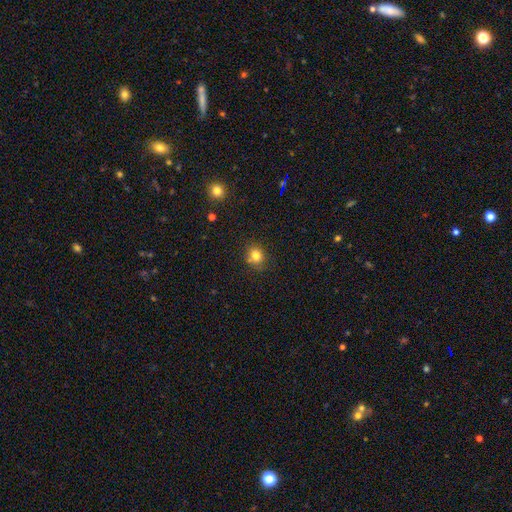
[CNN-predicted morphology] A smooth galaxy with no disk features (80%) that is round (81%).

Vote fractions:
- Smooth or featured? smooth: 80% / star or artifact: 13% / featured or disk: 7%
- How rounded? round: 81% / in between: 18% / cigar-shaped: 1%
- Merging? none: 78% / minor disturbance: 13% / merger: 6% / major disturbance: 3%